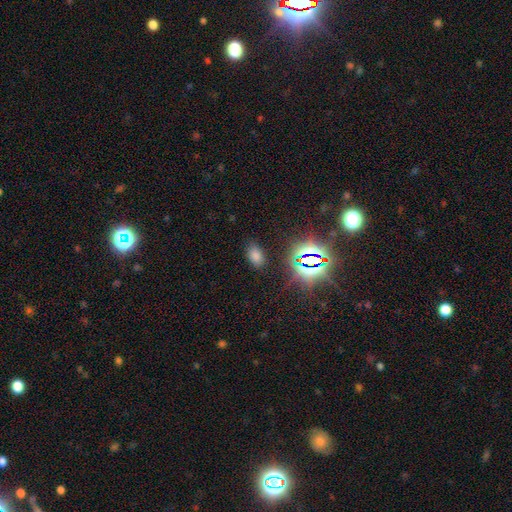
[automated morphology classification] Smooth or featured? Predicted: smooth (p=0.66). How rounded? Predicted: in between (p=0.90). Merging? Predicted: none (p=0.83).